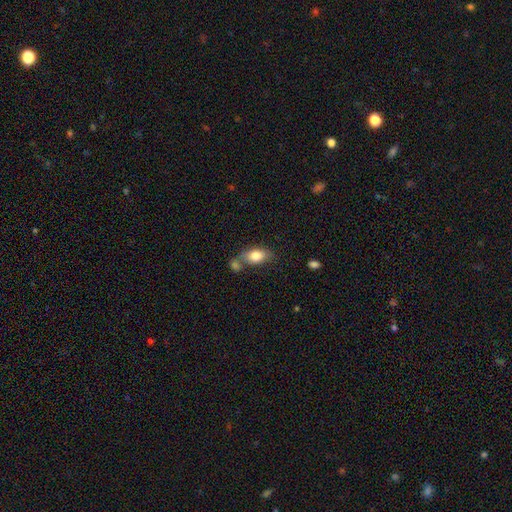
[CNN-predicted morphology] This appears to be a smooth galaxy with no disk features (80%) that is in between round and cigar-shaped (86%). Merging: none (48%).